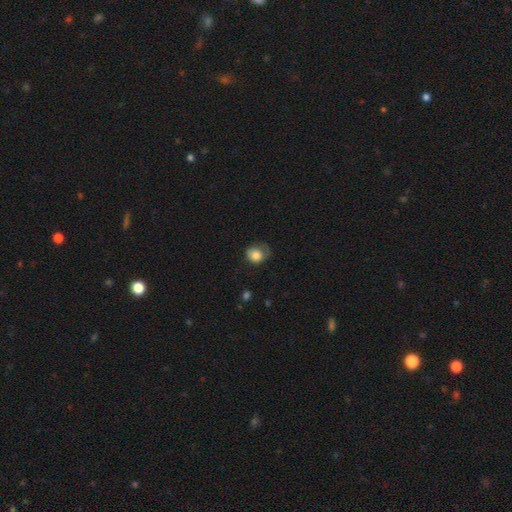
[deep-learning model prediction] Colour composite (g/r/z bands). It shows a smooth galaxy with no disk features (77%) that is round (70%). Merging: none (38%).